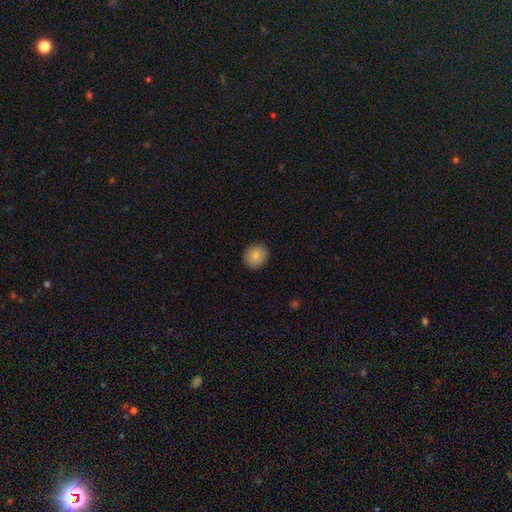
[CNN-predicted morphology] Smooth or featured: smooth — 86% (star or artifact — 8%)
How rounded: round — 83% (in between — 16%)
Merging: none — 91% (minor disturbance — 7%)